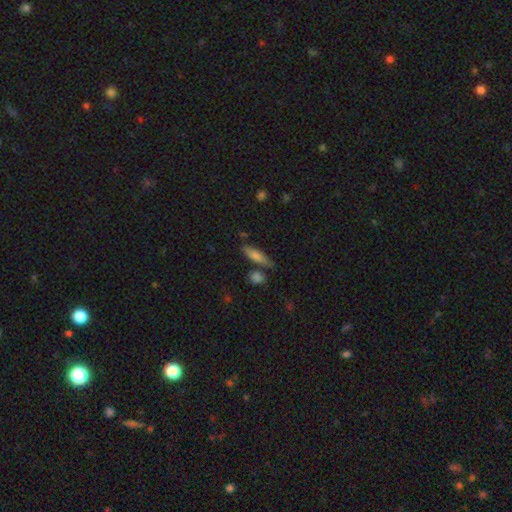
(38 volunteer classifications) Volunteers were most divided on "smooth or featured": smooth: 66%, featured or disk: 29%, star or artifact: 5%. More confident: how rounded — cigar-shaped (84%); merging — none (75%).